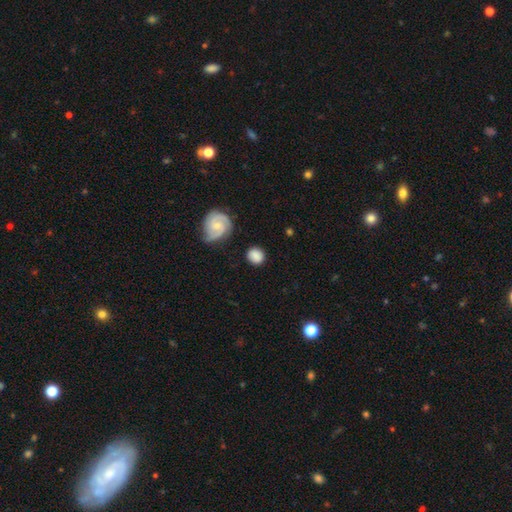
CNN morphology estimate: Smooth or featured? smooth (73%)
How rounded? round (81%)
Merging? none (79%)